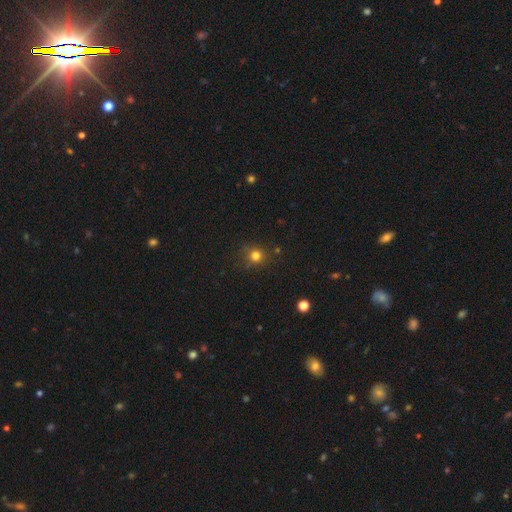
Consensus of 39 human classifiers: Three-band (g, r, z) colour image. It shows a smooth galaxy with no disk features (90%) that is round (94%). Merging: none (86%).